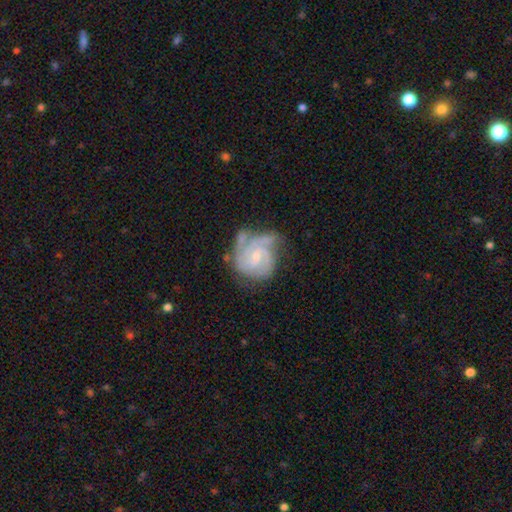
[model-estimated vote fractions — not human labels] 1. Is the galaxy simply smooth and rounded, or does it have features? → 86% featured or disk, 9% smooth, 5% star or artifact.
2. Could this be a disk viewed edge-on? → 98% no, 2% yes.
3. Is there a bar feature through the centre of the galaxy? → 47% weak, 45% no, 8% strong.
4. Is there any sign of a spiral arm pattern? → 97% yes, 3% no.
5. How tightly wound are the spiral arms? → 62% tight, 32% medium, 6% loose.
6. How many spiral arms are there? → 42% 3, 25% 2, 17% can't tell, 8% 4, 5% 1, 4% more than 4.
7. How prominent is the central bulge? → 64% small, 30% moderate, 4% none, 1% large, 1% dominant.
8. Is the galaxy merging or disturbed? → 52% none, 28% minor disturbance, 14% major disturbance, 6% merger.